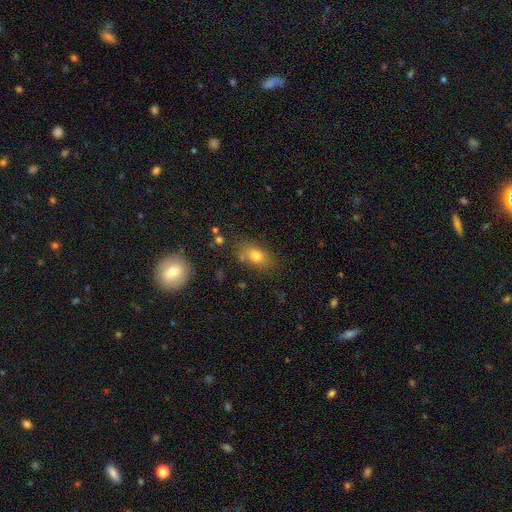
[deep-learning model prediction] smooth 76%, featured or disk 13%, star or artifact 11%. Down the decision tree: how rounded — in between (77%); merging — none (74%).